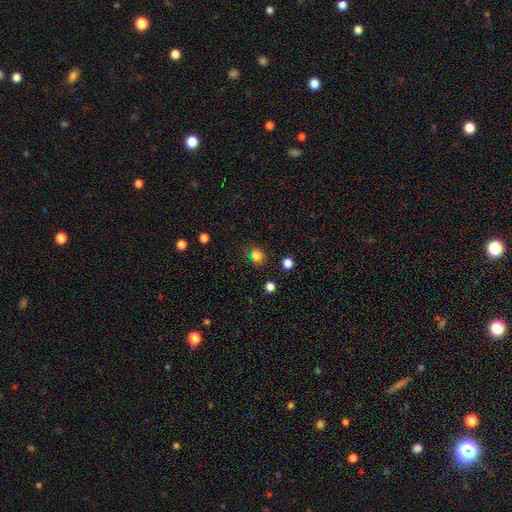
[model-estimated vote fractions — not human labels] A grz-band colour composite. It shows a smooth galaxy with no disk features (78%) that is round (74%). Merging: none (79%).